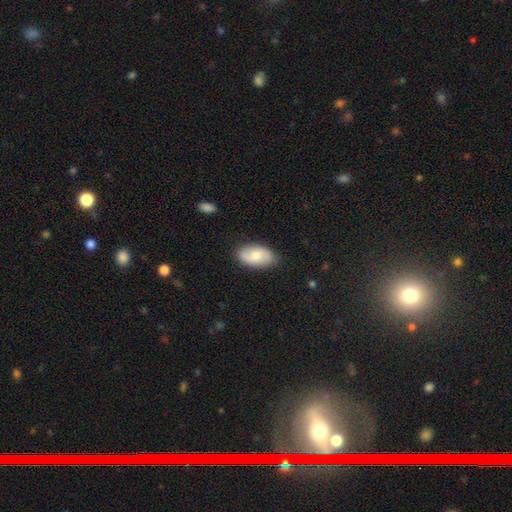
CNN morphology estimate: This is likely a smooth galaxy (66%). How rounded: clearly in between (93%). Merging: clearly none (83%).